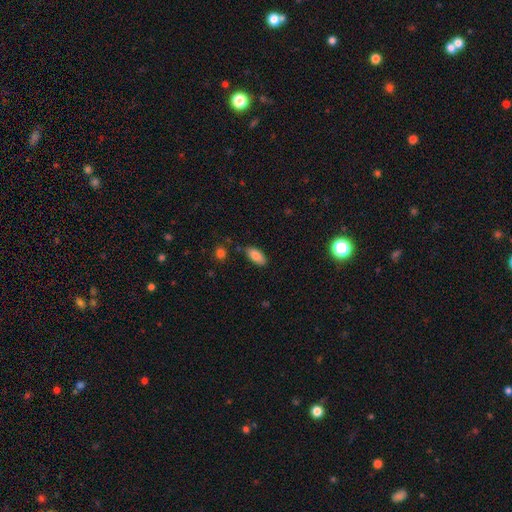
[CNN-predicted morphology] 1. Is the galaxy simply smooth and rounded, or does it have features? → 85% smooth, 8% featured or disk, 8% star or artifact.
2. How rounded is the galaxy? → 89% in between, 8% cigar-shaped, 2% round.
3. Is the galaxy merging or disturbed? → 81% none, 13% minor disturbance, 3% major disturbance, 3% merger.